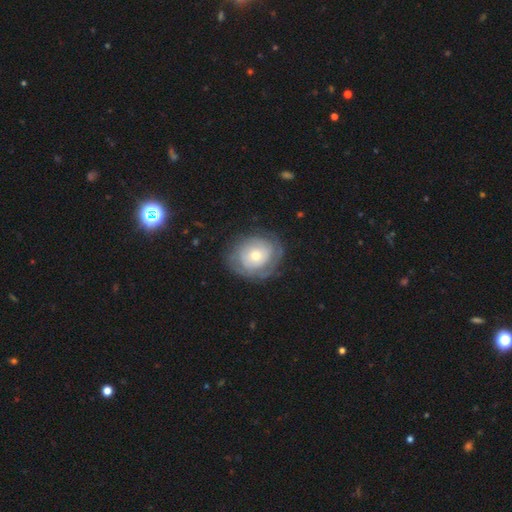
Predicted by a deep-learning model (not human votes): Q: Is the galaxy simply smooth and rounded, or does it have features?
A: featured or disk — 62%.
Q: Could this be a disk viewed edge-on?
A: no — 96%.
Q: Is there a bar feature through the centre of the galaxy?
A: no — 82%.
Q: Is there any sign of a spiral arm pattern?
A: yes — 70%.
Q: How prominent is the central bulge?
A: moderate — 53%.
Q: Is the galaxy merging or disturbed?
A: none — 73%.